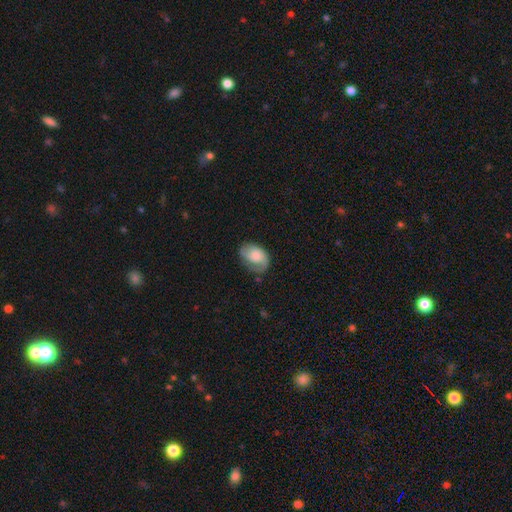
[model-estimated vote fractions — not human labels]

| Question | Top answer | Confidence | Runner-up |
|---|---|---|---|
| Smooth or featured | smooth | 49% | featured or disk (44%) |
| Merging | none | 53% | minor disturbance (29%) |